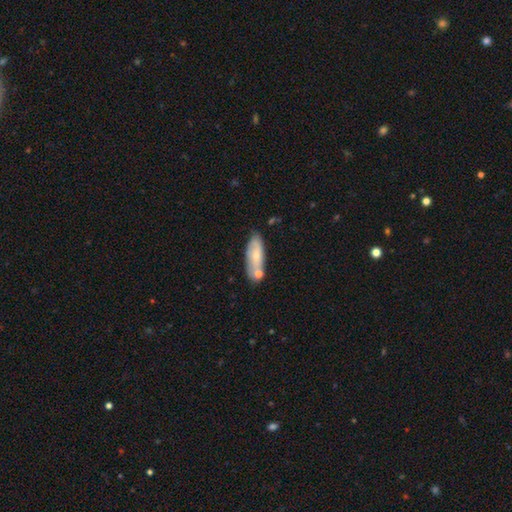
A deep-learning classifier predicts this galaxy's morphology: This is likely a smooth galaxy (64%). How rounded: likely in between (63%). Merging: likely none (62%).